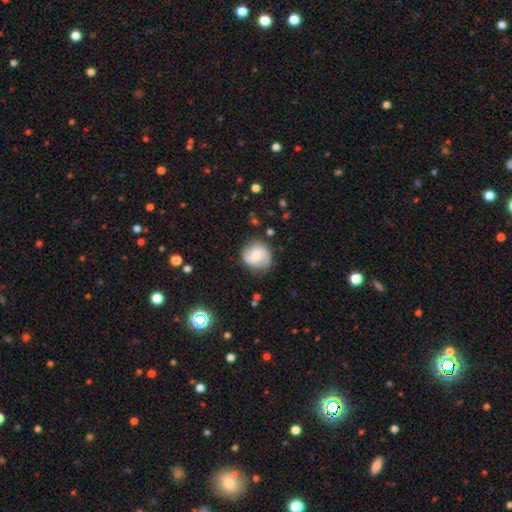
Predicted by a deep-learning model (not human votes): A featured or disk galaxy (59%) with no bar (59%), 2 (83%) medium (44%) spiral arms (89%) and a moderate central bulge (49%). Merging: none (79%).